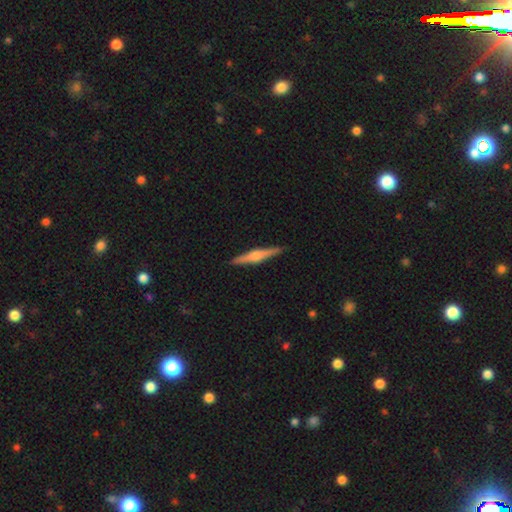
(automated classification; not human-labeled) A featured or disk galaxy (70%) viewed edge-on (98%) with a rounded central bulge (81%). Merging: none (91%).